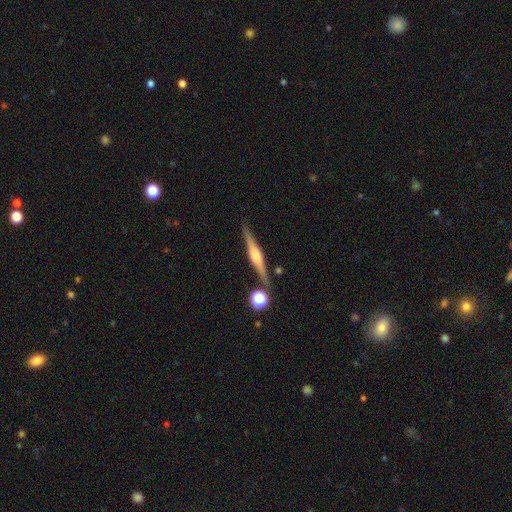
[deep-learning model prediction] Smooth or featured? featured or disk (74%)
Edge-on disk? yes (98%)
Edge-on bulge? rounded (70%)
Merging? none (84%)